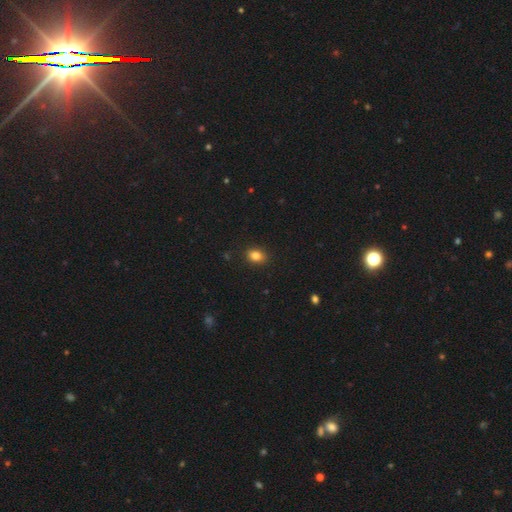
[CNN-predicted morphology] This is clearly a smooth galaxy (83%). How rounded: likely in between (66%). Merging: clearly none (89%).